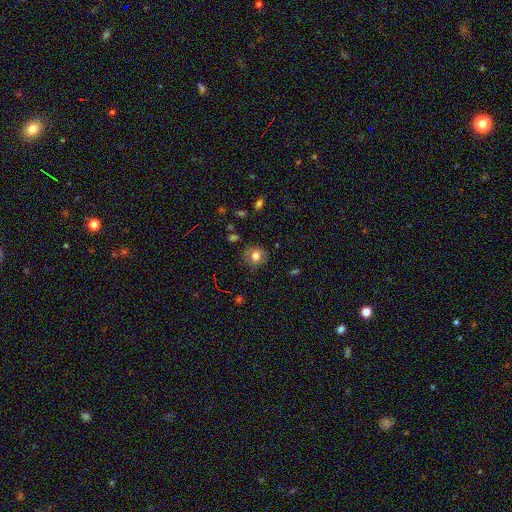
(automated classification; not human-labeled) Smooth or featured: smooth — 77% (star or artifact — 12%)
How rounded: round — 83% (in between — 16%)
Merging: none — 80% (minor disturbance — 14%)